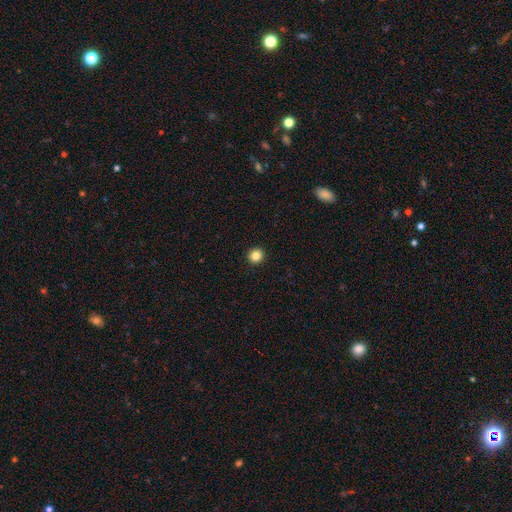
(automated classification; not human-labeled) Smooth or featured: smooth — 84% (star or artifact — 11%)
How rounded: round — 94% (in between — 5%)
Merging: none — 94% (minor disturbance — 3%)